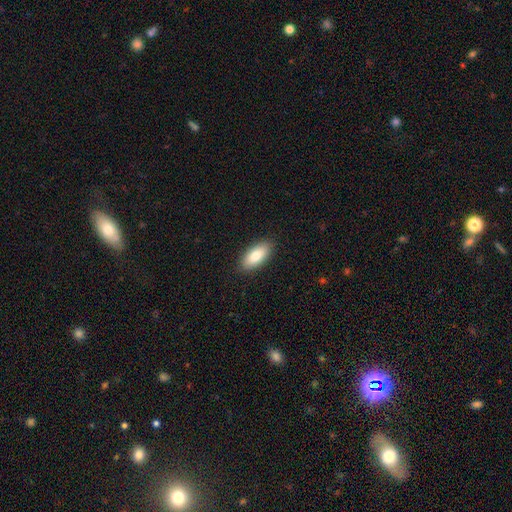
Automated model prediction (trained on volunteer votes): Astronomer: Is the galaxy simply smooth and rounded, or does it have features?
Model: smooth — 80%.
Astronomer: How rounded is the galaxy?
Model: in between — 88%.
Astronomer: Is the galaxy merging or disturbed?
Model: none — 89%.